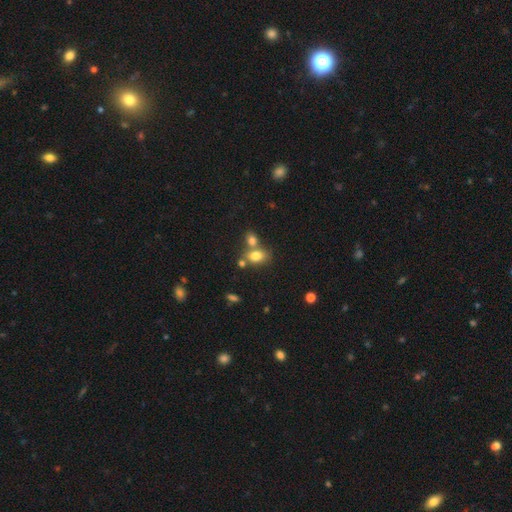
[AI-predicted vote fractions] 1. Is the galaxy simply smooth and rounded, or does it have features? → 78% smooth, 11% featured or disk, 11% star or artifact.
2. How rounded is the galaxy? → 79% in between, 19% round, 2% cigar-shaped.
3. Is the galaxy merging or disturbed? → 44% none, 39% merger, 12% minor disturbance, 4% major disturbance.